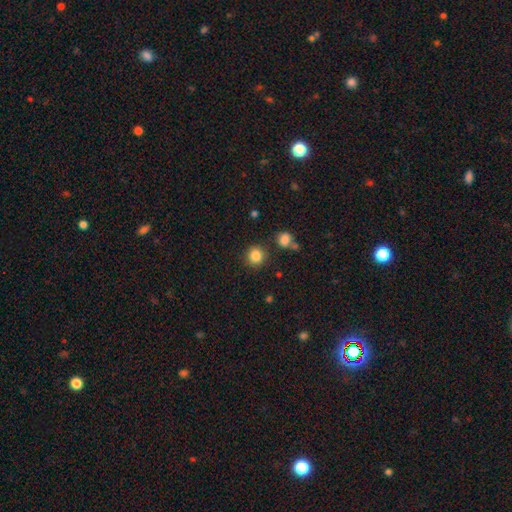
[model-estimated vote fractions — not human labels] Smooth or featured? smooth (85%)
How rounded? round (88%)
Merging? none (85%)